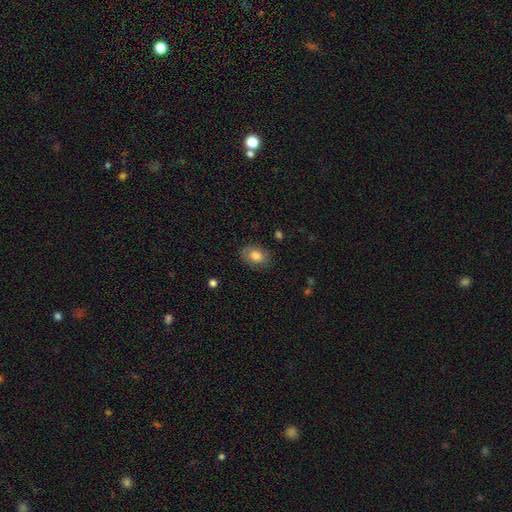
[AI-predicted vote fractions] Morphology: type=smooth (81%); roundness=in between (79%); merging=none (82%).